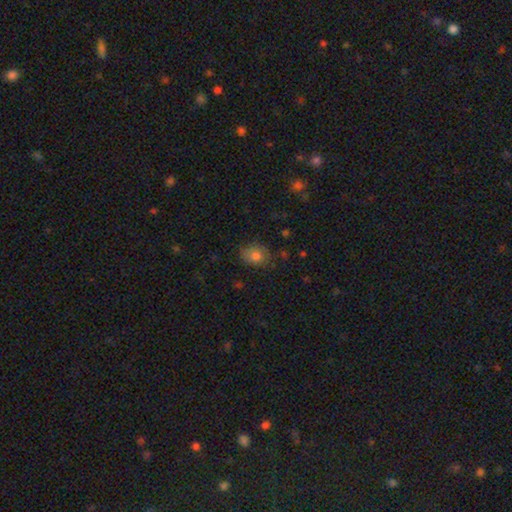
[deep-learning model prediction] Overall: smooth (80%). How rounded: in between (60%; round 39%). Merging: none (70%).